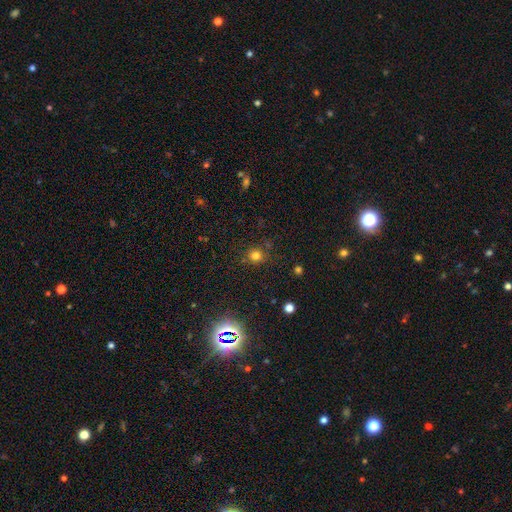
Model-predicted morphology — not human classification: This is likely a smooth galaxy (75%). How rounded: clearly round (90%). Merging: clearly none (83%).